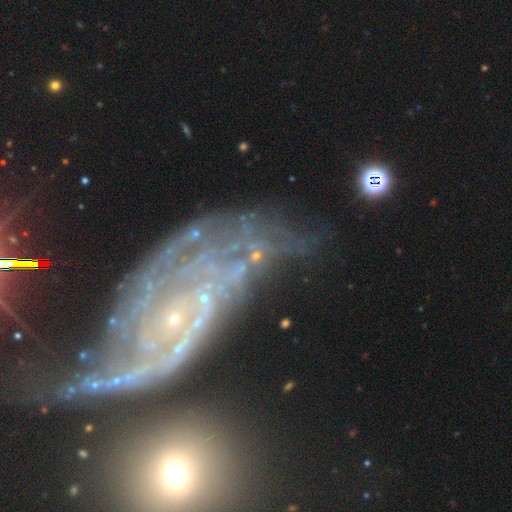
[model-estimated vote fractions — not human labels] A featured or disk galaxy (53%). Merging: none (51%).